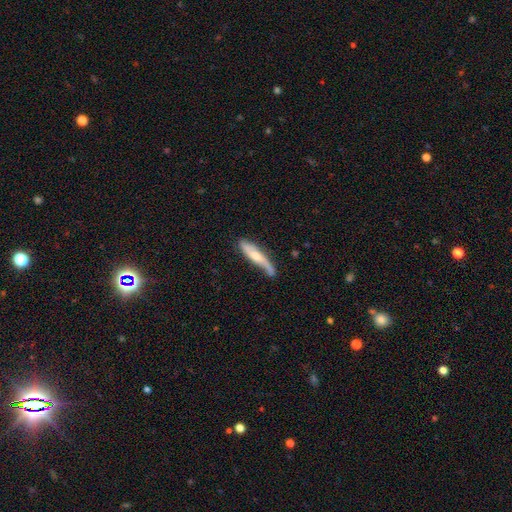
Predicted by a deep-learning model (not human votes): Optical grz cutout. It shows a featured or disk galaxy (51%). Merging: none (56%).